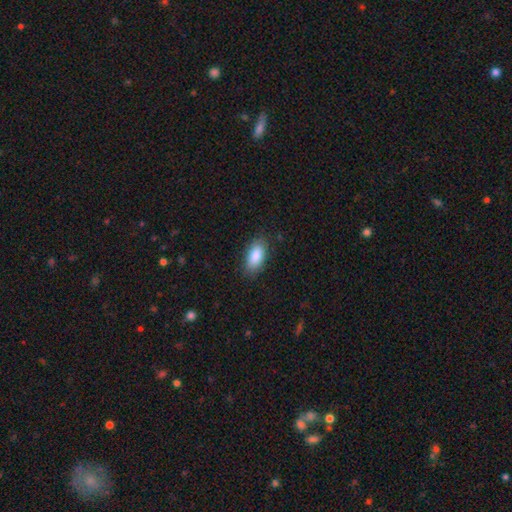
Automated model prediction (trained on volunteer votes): smooth 87%, star or artifact 7%, featured or disk 6%. Down the decision tree: how rounded — in between (90%); merging — none (84%).